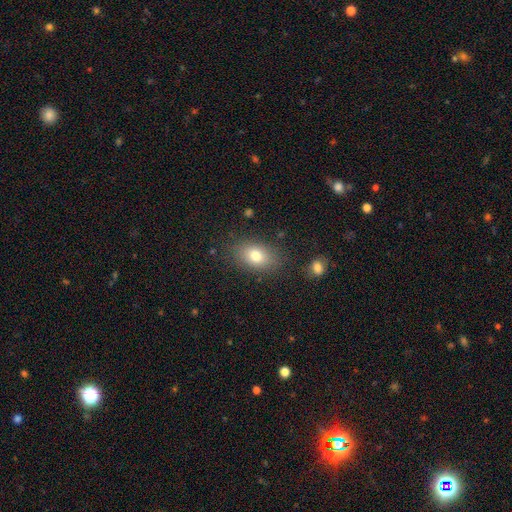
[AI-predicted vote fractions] A smooth galaxy with no disk features (78%) that is in between round and cigar-shaped (82%). Merging: none (82%).